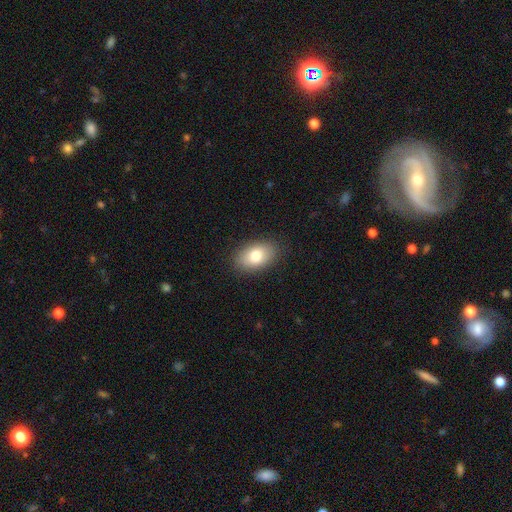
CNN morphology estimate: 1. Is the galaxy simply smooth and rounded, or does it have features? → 80% smooth, 13% featured or disk, 7% star or artifact.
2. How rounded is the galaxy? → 90% in between, 8% round, 1% cigar-shaped.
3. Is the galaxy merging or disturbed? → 87% none, 10% minor disturbance, 3% major disturbance, 1% merger.